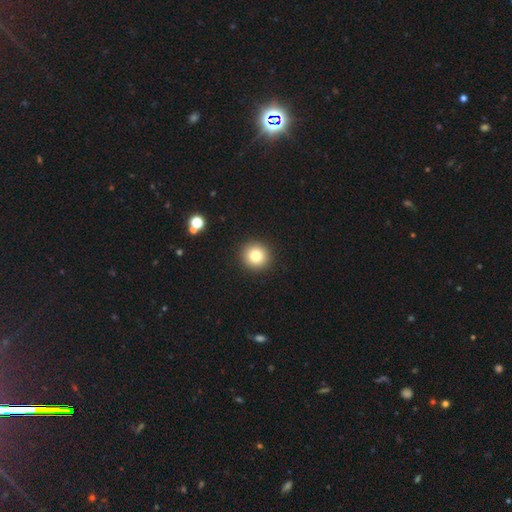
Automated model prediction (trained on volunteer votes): This is clearly a smooth galaxy (82%). How rounded: clearly round (93%). Merging: clearly none (92%).